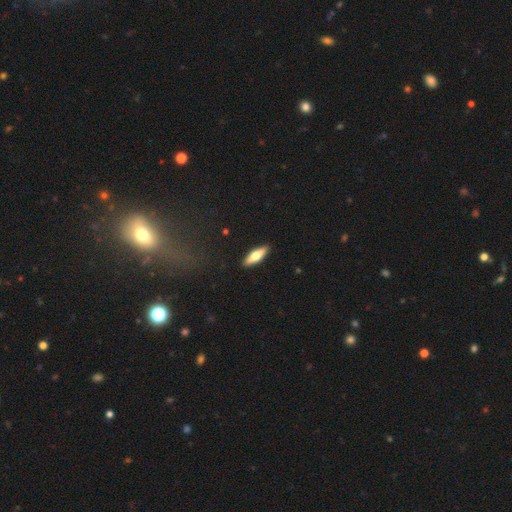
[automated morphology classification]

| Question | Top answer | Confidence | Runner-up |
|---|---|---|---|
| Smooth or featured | smooth | 60% | featured or disk (35%) |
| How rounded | cigar-shaped | 51% | in between (47%) |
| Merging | none | 90% | minor disturbance (7%) |